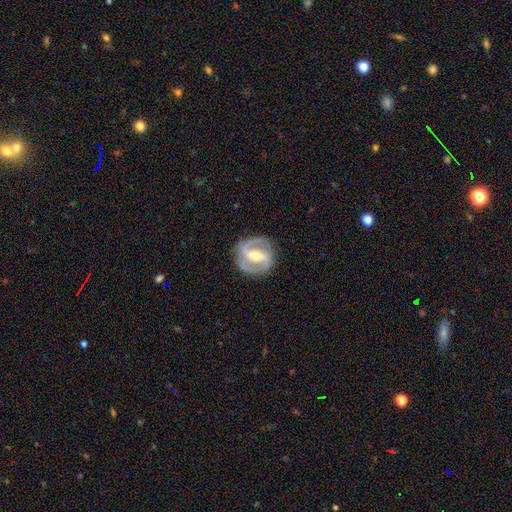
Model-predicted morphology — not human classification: Smooth or featured: featured or disk — 86% (smooth — 9%)
Edge-on disk: no — 96% (yes — 4%)
Bar: strong — 56% (weak — 31%)
Spiral arms: yes — 92% (no — 8%)
Spiral winding: medium — 48% (tight — 36%)
Spiral arm count: 2 — 86% (can't tell — 5%)
Bulge size: moderate — 54% (small — 42%)
Merging: none — 83% (minor disturbance — 11%)